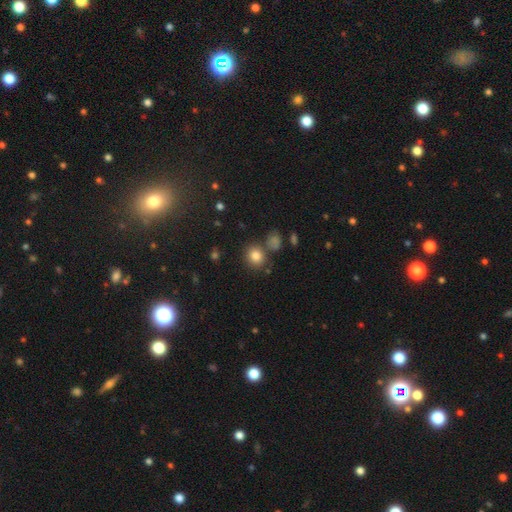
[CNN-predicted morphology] A smooth galaxy with no disk features (82%) that is round (80%). Merging: none (74%).